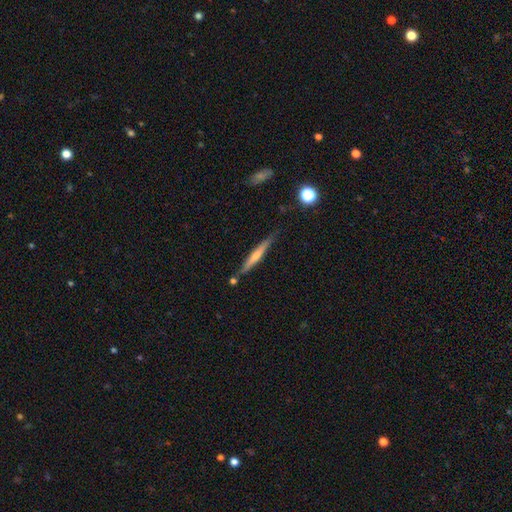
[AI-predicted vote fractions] This appears to be a featured or disk galaxy (63%) viewed edge-on (97%) with a rounded central bulge (67%). Merging: none (82%).